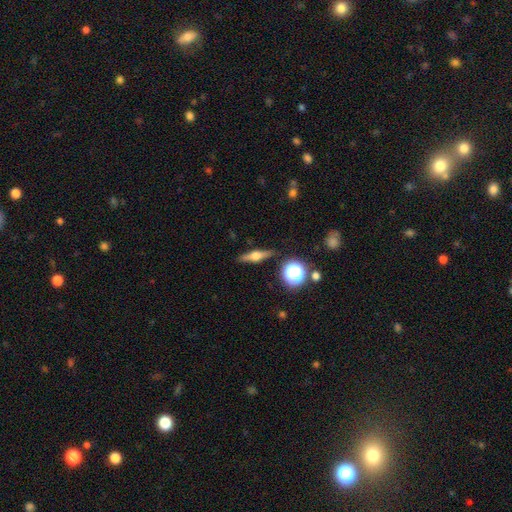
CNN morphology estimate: The model was most divided on "smooth or featured": featured or disk: 62%, smooth: 29%, star or artifact: 9%. More confident: edge-on disk — yes (95%); edge-on bulge — rounded (92%); merging — none (88%).